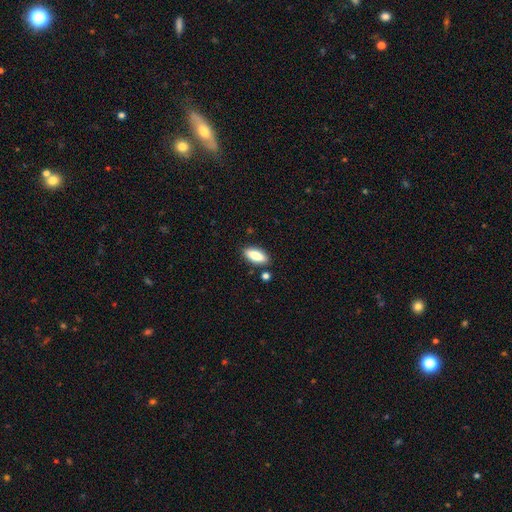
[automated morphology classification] This appears to be a smooth galaxy with no disk features (82%) that is in between round and cigar-shaped (79%). Merging: none (84%).